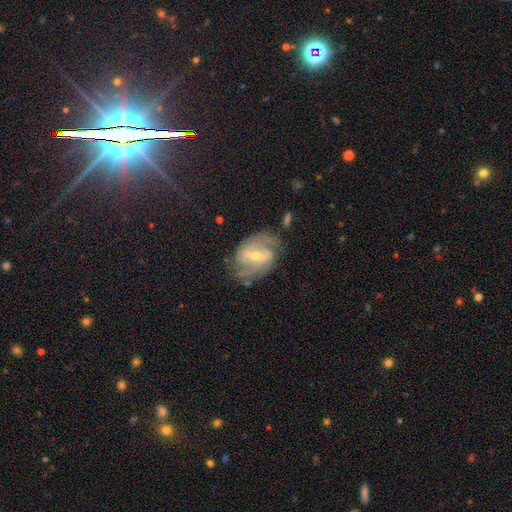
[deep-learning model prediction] featured or disk 81%, smooth 12%, star or artifact 7%. Down the decision tree: edge-on disk — no (96%); bar — weak (44%); spiral arms — yes (90%); spiral arm count — 2 (76%); spiral winding — medium (47%); bulge size — moderate (49%); merging — none (68%).